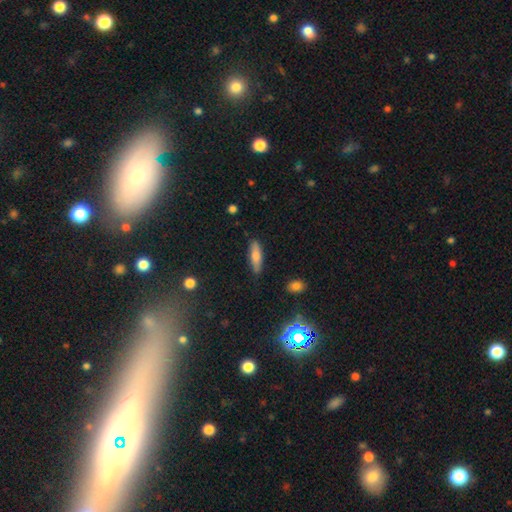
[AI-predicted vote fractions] Smooth or featured: smooth — 67% (featured or disk — 22%)
How rounded: cigar-shaped — 58% (in between — 39%)
Merging: none — 85% (minor disturbance — 11%)